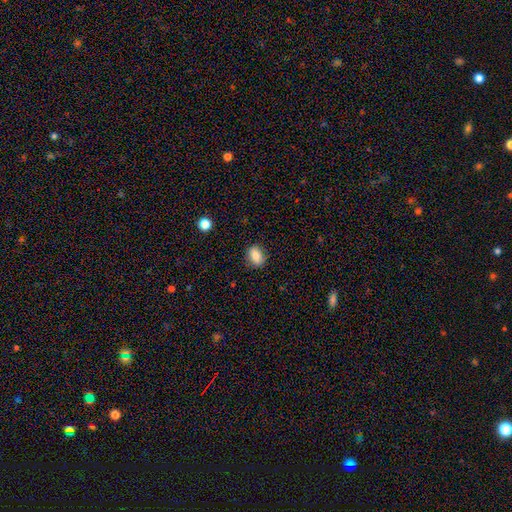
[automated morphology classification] smooth_or_featured: smooth (p=0.84) [alt: star or artifact p=0.09]
how_rounded: in between (p=0.75) [alt: round p=0.23]
merging: none (p=0.84) [alt: minor disturbance p=0.12]